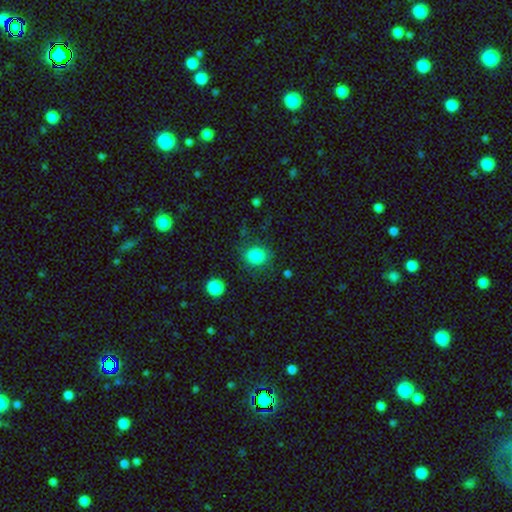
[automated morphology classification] smooth 85%, star or artifact 10%, featured or disk 5%. Down the decision tree: how rounded — round (67%); merging — none (81%).